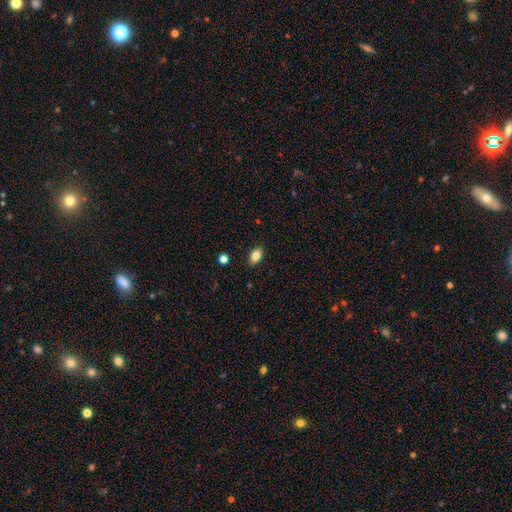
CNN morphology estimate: type=smooth (84%); roundness=in between (84%); merging=none (87%).